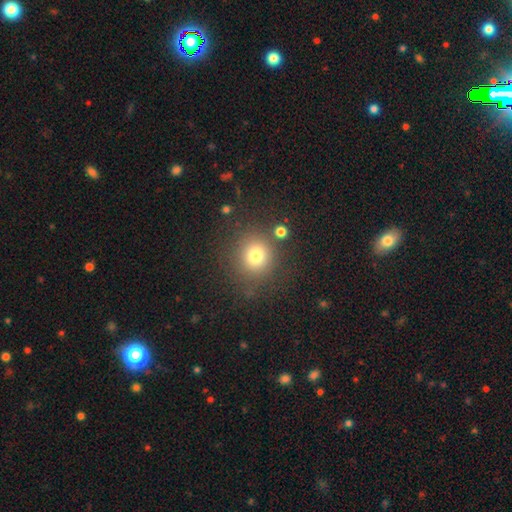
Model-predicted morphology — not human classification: type=smooth (76%); roundness=round (88%); merging=none (80%).